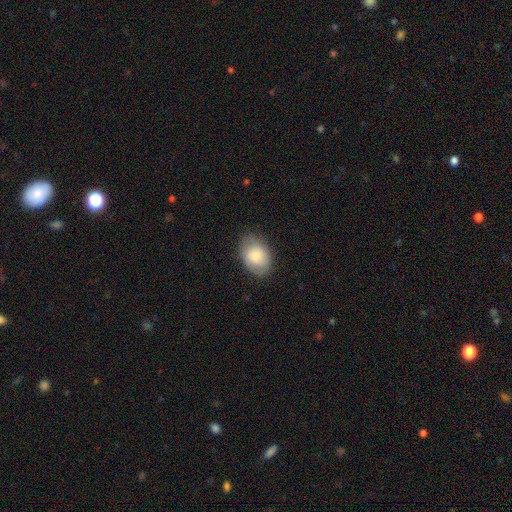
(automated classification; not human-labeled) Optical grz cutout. It shows a smooth galaxy with no disk features (79%) that is in between round and cigar-shaped (80%). Merging: none (80%).